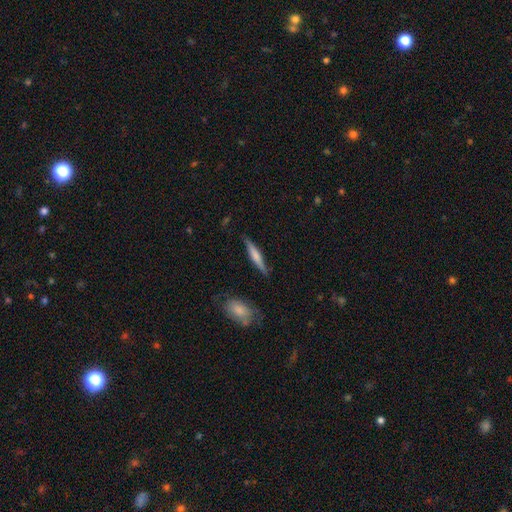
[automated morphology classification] A smooth galaxy with no disk features (52%) that is cigar-shaped (91%). Merging: none (83%).